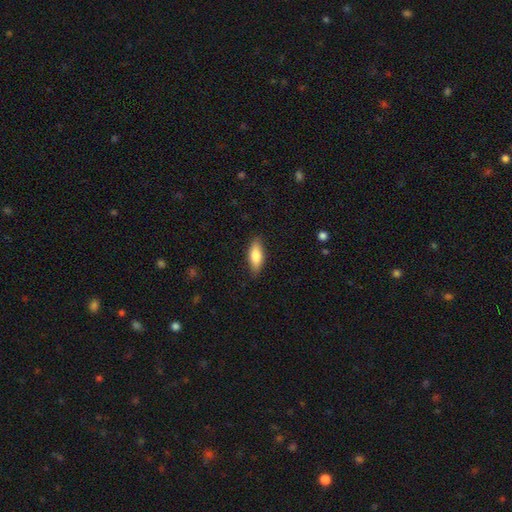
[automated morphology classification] The model was most divided on "how rounded": in between: 66%, cigar-shaped: 32%, round: 2%. More confident: merging — none (85%); smooth or featured — smooth (77%).